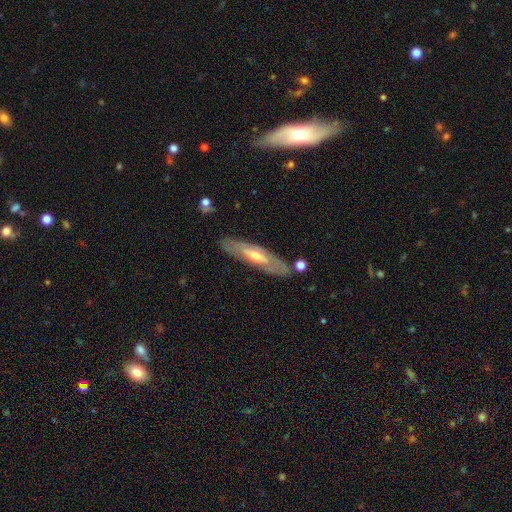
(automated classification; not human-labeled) Smooth or featured?
  - featured or disk: 64% *
  - smooth: 31%
  - star or artifact: 5%
Edge-on disk?
  - no: 59% *
  - yes: 41%
Merging?
  - none: 82% *
  - minor disturbance: 12%
  - major disturbance: 3%
  - merger: 3%